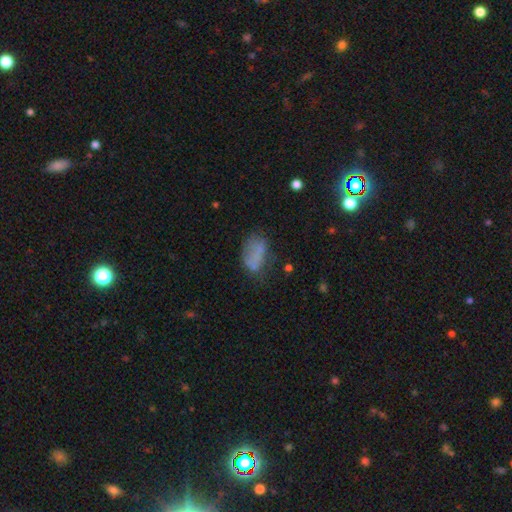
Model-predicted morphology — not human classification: This appears to be a smooth galaxy with no disk features (64%) that is in between round and cigar-shaped (88%). Merging: none (45%).